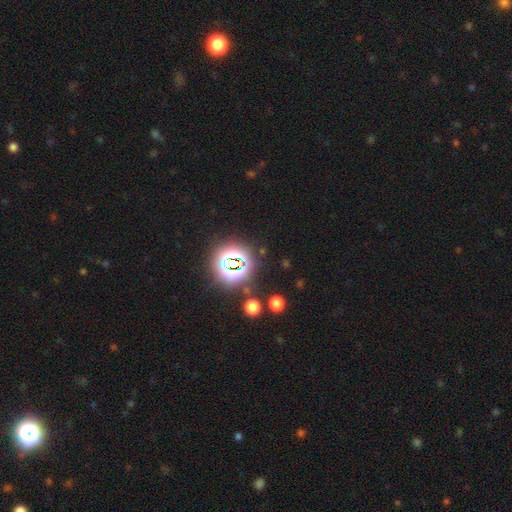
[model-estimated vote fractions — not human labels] A star or artifact, not a galaxy (77%).

Vote fractions:
- Smooth or featured? star or artifact: 77% / smooth: 15% / featured or disk: 8%